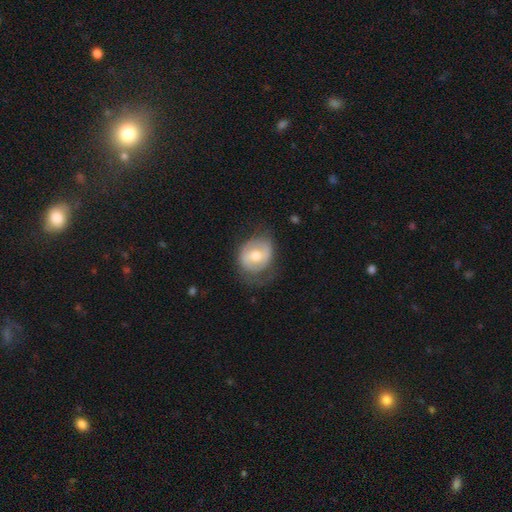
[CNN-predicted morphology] featured or disk 48%, smooth 46%, star or artifact 6%. Down the decision tree: merging — none (56%).